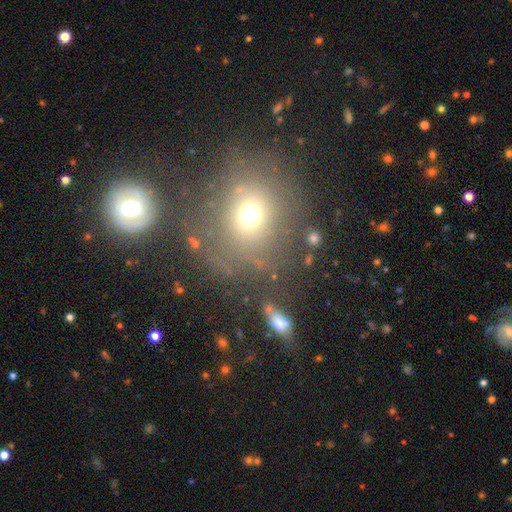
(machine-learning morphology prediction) Smooth or featured? Predicted: smooth (p=0.51). How rounded? Predicted: round (p=0.73). Merging? Predicted: none (p=0.70).